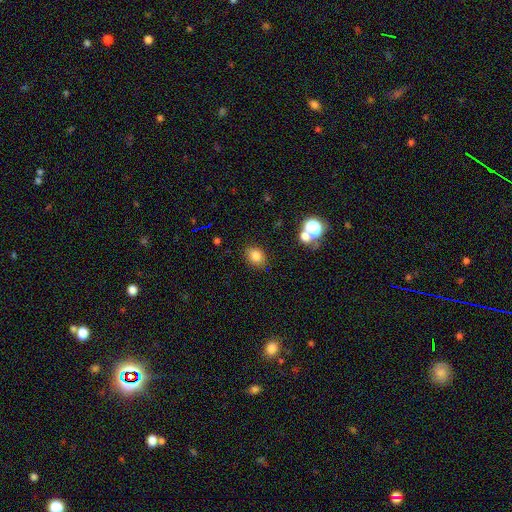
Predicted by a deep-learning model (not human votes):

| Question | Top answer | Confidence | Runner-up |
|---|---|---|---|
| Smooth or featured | smooth | 80% | star or artifact (14%) |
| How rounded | in between | 55% | round (44%) |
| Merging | none | 84% | minor disturbance (10%) |